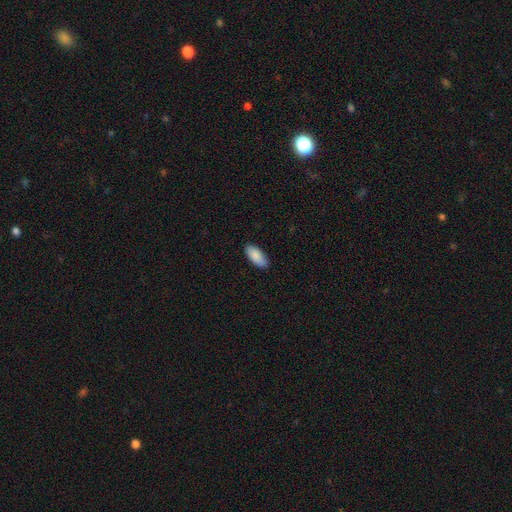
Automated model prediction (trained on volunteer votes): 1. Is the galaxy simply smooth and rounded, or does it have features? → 89% smooth, 6% star or artifact, 5% featured or disk.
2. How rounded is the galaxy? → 87% in between, 11% cigar-shaped, 2% round.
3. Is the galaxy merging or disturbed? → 87% none, 10% minor disturbance, 2% major disturbance, 1% merger.